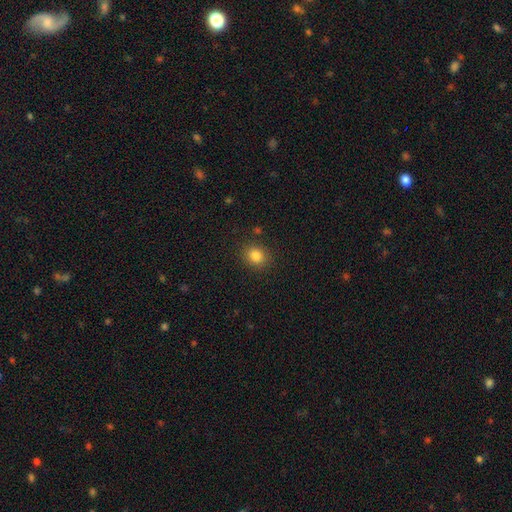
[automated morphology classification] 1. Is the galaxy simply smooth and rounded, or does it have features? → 83% smooth, 11% star or artifact, 5% featured or disk.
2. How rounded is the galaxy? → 62% round, 37% in between, 1% cigar-shaped.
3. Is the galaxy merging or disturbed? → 88% none, 8% minor disturbance, 3% major disturbance, 2% merger.